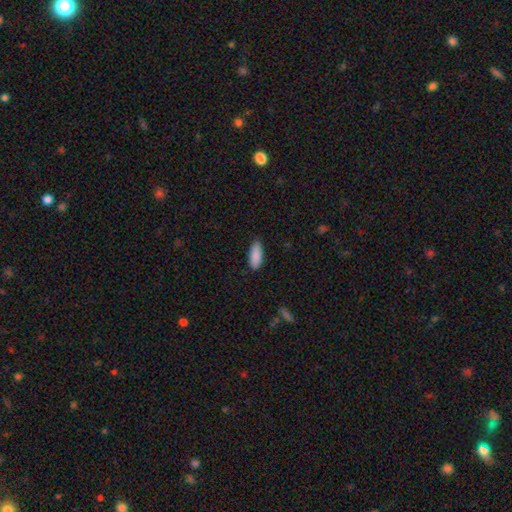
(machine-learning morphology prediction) This is clearly a smooth galaxy (90%). How rounded: likely in between (79%). Merging: clearly none (86%).